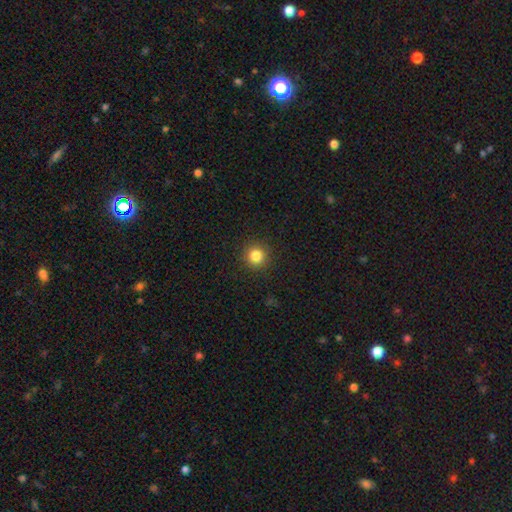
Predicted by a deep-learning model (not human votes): Overall: smooth (84%). How rounded: round (95%). Merging: none (92%).